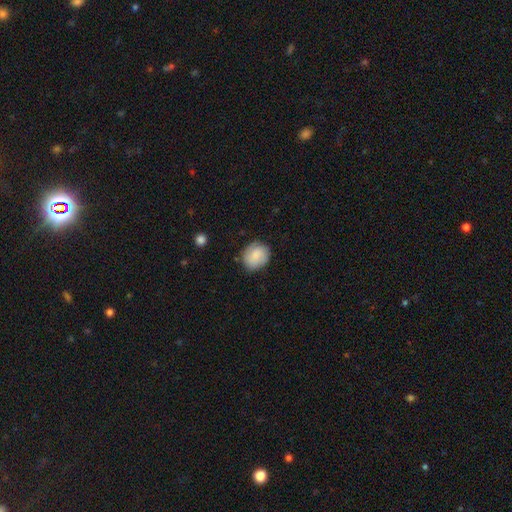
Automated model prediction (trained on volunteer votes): A smooth galaxy with no disk features (83%) that is round (68%). Merging: none (77%).